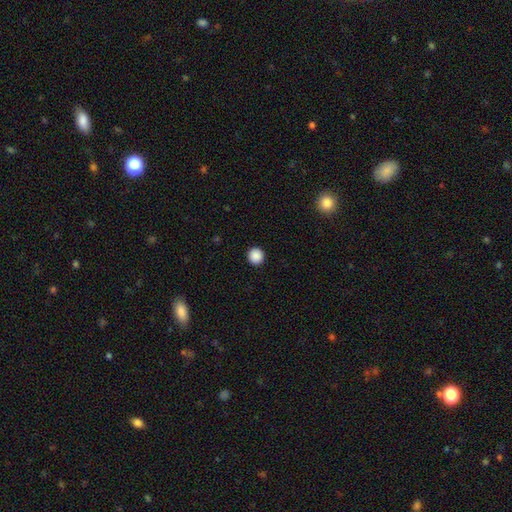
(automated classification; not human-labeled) Q: Smooth or featured?
A: smooth (89%); runner-up: star or artifact (9%)
Q: How rounded?
A: round (95%); runner-up: in between (4%)
Q: Merging?
A: none (94%); runner-up: minor disturbance (4%)